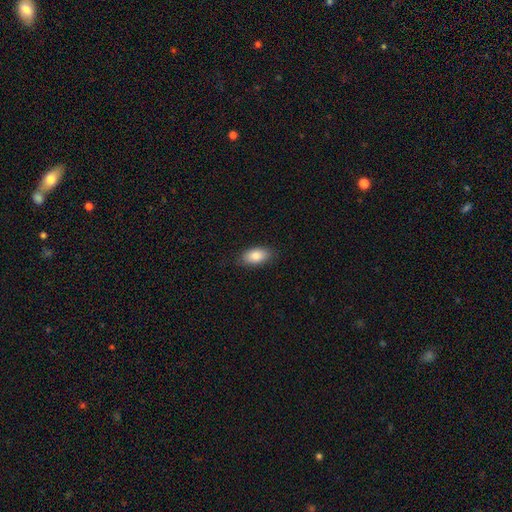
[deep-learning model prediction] Overall: smooth (84%). How rounded: in between (92%). Merging: none (86%).